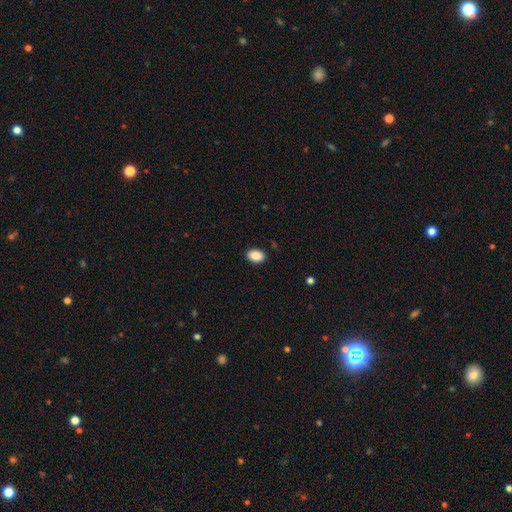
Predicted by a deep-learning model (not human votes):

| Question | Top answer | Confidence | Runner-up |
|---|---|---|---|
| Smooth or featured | smooth | 89% | star or artifact (8%) |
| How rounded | in between | 83% | round (15%) |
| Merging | none | 89% | minor disturbance (8%) |